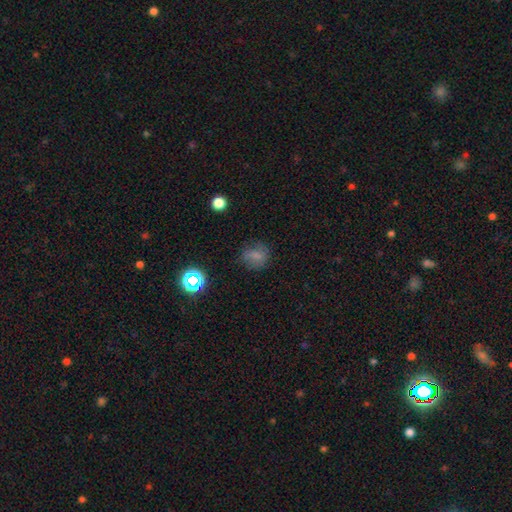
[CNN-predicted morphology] The model was most divided on "how rounded": round: 66%, in between: 32%, cigar-shaped: 1%. More confident: merging — none (69%); smooth or featured — smooth (68%).